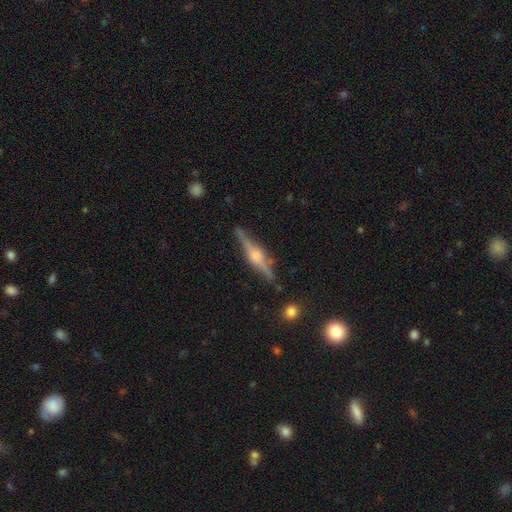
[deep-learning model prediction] Overall: featured or disk (82%). Edge-on disk: yes (98%). Edge-on bulge: rounded (87%). Merging: none (85%).